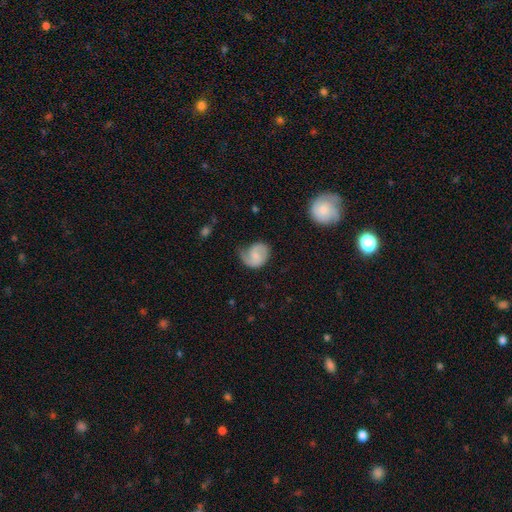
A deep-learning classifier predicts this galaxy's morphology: A featured or disk galaxy (56%) with no bar (52%), spiral arms (89%) and a small central bulge (47%). Merging: none (44%).